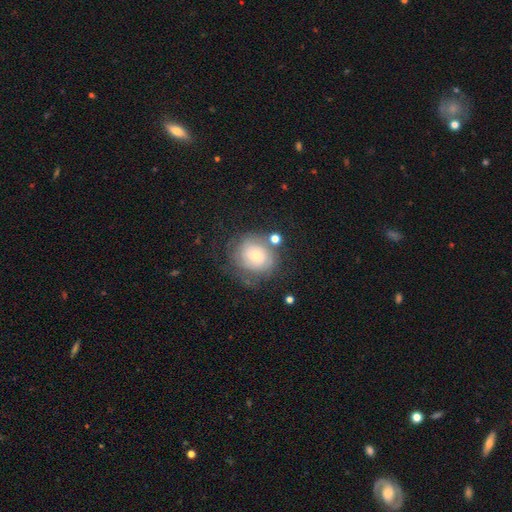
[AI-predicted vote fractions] Overall: featured or disk (46%; smooth 45%). Merging: none (60%).